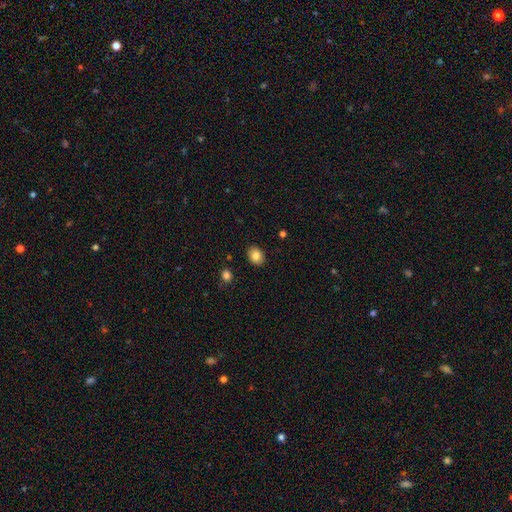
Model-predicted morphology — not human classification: Smooth or featured? Predicted: smooth (p=0.85). How rounded? Predicted: in between (p=0.52). Merging? Predicted: none (p=0.89).